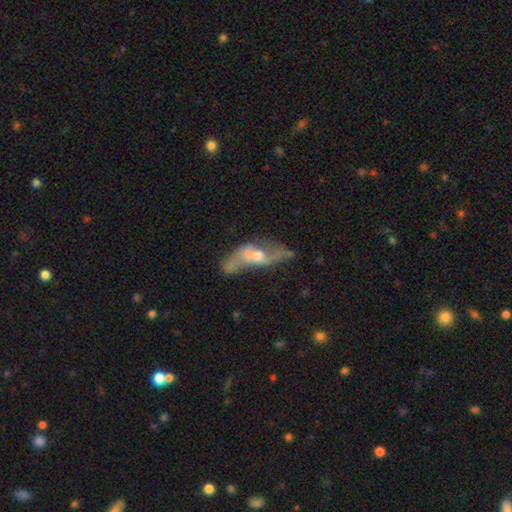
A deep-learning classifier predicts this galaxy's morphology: Overall: featured or disk (69%). Edge-on disk: no (78%). Bar: no (60%; weak 29%). Spiral arms: yes (65%; no 35%). Bulge size: moderate (55%; small 31%). Merging: none (43%; minor disturbance 23%).